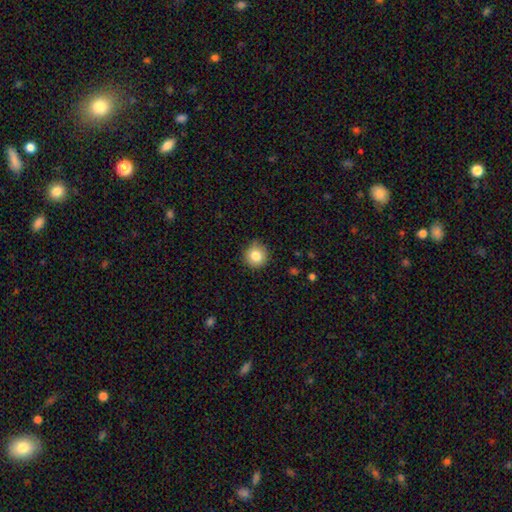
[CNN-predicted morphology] Smooth or featured?
  - smooth: 82% *
  - star or artifact: 10%
  - featured or disk: 7%
How rounded?
  - round: 94% *
  - in between: 5%
  - cigar-shaped: 1%
Merging?
  - none: 82% *
  - minor disturbance: 14%
  - major disturbance: 2%
  - merger: 1%